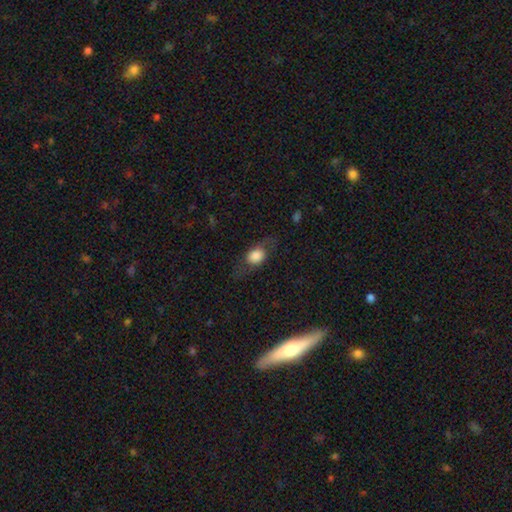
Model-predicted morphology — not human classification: smooth-or-featured: smooth: 64% | featured or disk: 28% | star or artifact: 8%
  how-rounded: in between: 62% | round: 32% | cigar-shaped: 5%
  merging: none: 66% | minor disturbance: 19% | major disturbance: 13% | merger: 2%